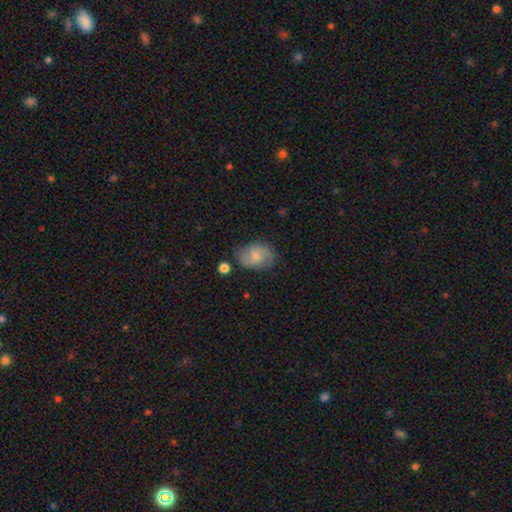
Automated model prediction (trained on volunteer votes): smooth-or-featured: smooth: 62% | featured or disk: 31% | star or artifact: 8%
  how-rounded: in between: 70% | round: 29% | cigar-shaped: 1%
  merging: none: 65% | minor disturbance: 25% | major disturbance: 7% | merger: 4%